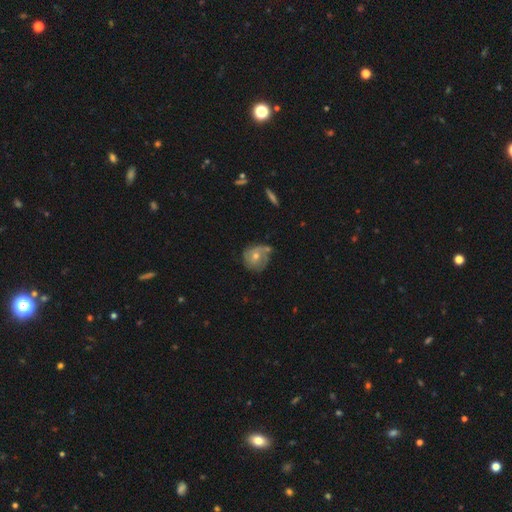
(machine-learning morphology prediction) A featured or disk galaxy (59%) with no bar (75%), spiral arms (76%) and a moderate central bulge (56%). Merging: none (60%).